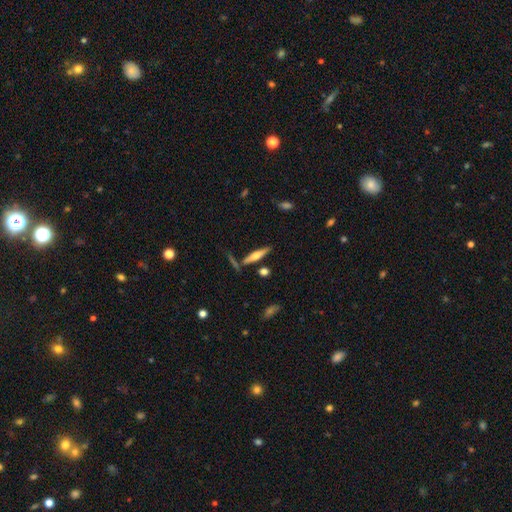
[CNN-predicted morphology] This appears to be a featured or disk galaxy (49%). Merging: none (76%).